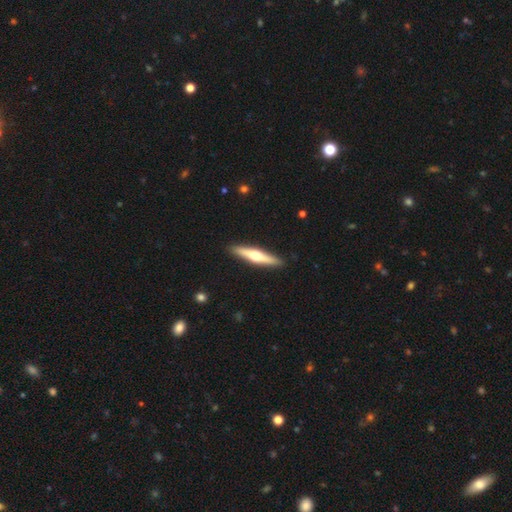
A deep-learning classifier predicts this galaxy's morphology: smooth_or_featured: featured or disk (p=0.59) [alt: smooth p=0.37]
disk_edge_on: yes (p=0.96) [alt: no p=0.04]
edge_on_bulge: rounded (p=0.92) [alt: none p=0.05]
merging: none (p=0.91) [alt: minor disturbance p=0.06]